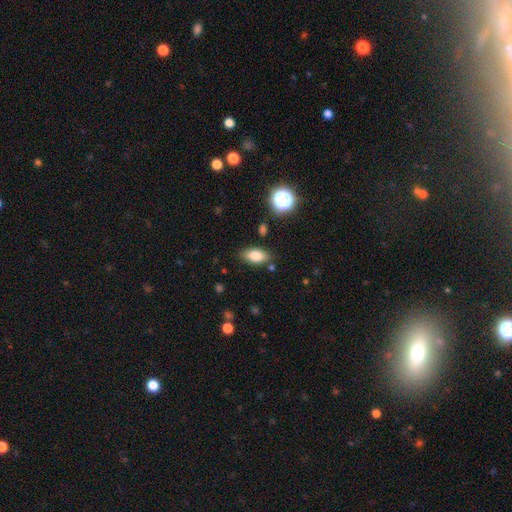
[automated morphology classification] This is clearly a smooth galaxy (80%). How rounded: clearly in between (88%). Merging: clearly none (83%).